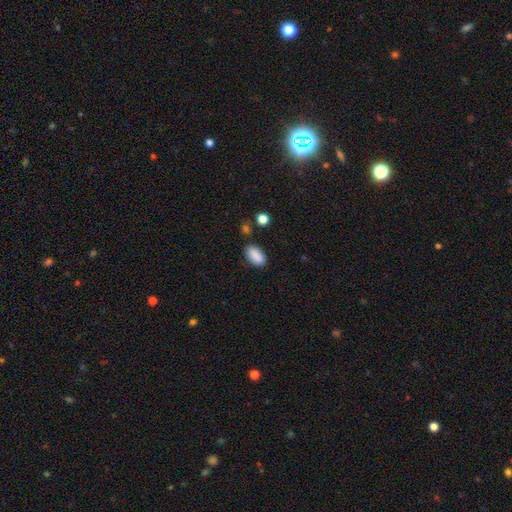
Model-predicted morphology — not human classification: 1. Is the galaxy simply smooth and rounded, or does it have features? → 89% smooth, 7% star or artifact, 4% featured or disk.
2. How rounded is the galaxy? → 91% in between, 5% cigar-shaped, 4% round.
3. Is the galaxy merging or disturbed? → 81% none, 12% minor disturbance, 4% merger, 3% major disturbance.